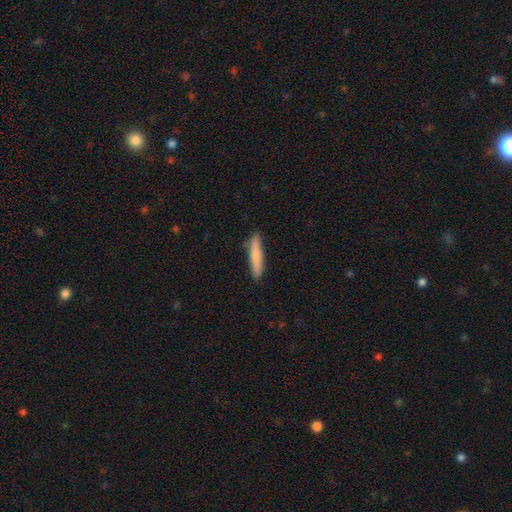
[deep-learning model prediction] smooth-or-featured: smooth: 80% | featured or disk: 14% | star or artifact: 6%
  how-rounded: cigar-shaped: 90% | in between: 8% | round: 1%
  merging: none: 88% | minor disturbance: 9% | major disturbance: 2% | merger: 1%